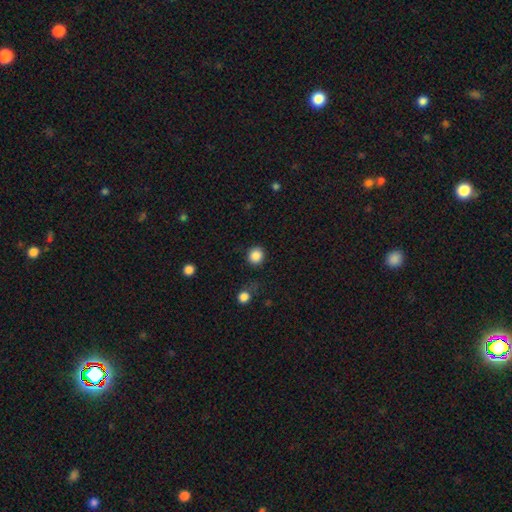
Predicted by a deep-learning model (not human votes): smooth-or-featured: smooth: 86% | star or artifact: 10% | featured or disk: 3%
  how-rounded: round: 89% | in between: 10% | cigar-shaped: 1%
  merging: none: 86% | minor disturbance: 9% | major disturbance: 3% | merger: 2%